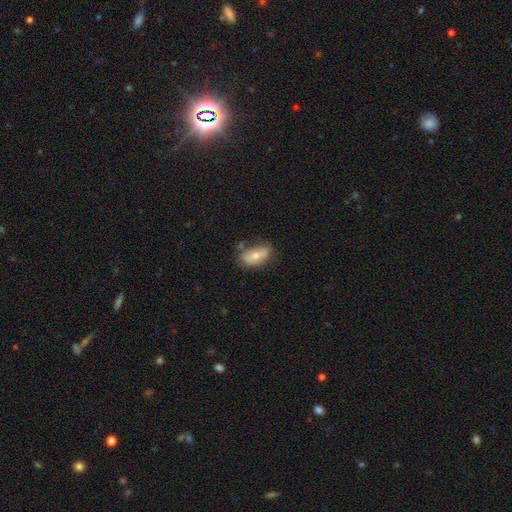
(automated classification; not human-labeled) The model was most divided on "merging": none: 61%, minor disturbance: 26%, major disturbance: 7%, merger: 7%. More confident: how rounded — in between (89%); smooth or featured — smooth (64%).